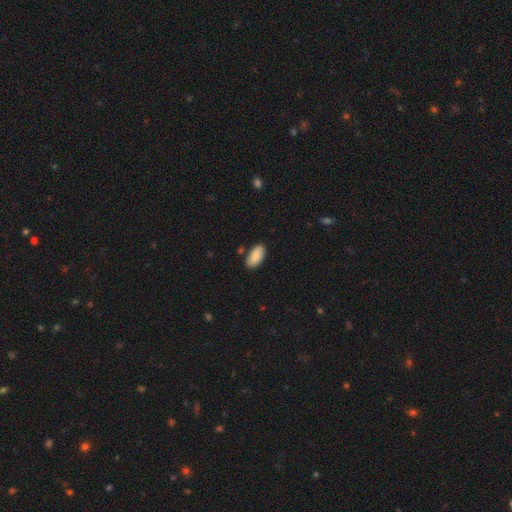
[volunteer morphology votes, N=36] Smooth or featured? 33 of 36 (92%) said smooth. How rounded? 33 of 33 (100%) said in between. Merging? 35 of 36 (97%) said none.